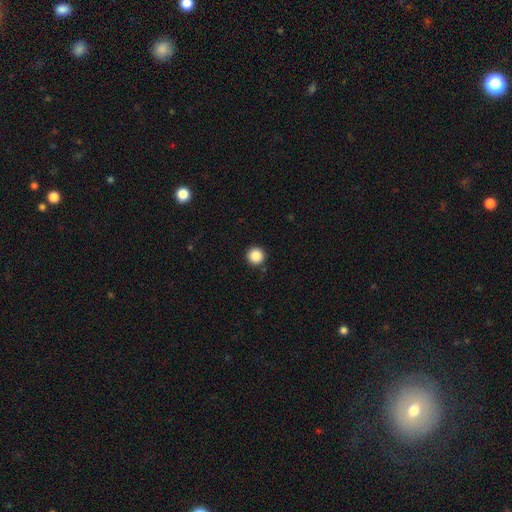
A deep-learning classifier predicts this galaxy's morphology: Q: Smooth or featured?
A: smooth (87%); runner-up: star or artifact (10%)
Q: How rounded?
A: round (96%); runner-up: in between (3%)
Q: Merging?
A: none (91%); runner-up: minor disturbance (6%)